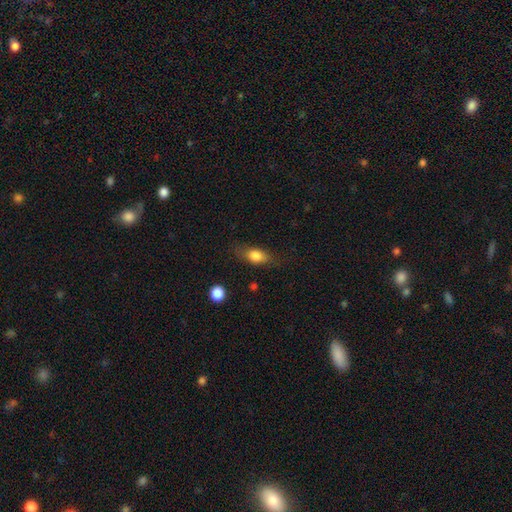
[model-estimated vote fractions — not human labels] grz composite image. It shows a smooth galaxy with no disk features (76%) that is in between round and cigar-shaped (73%). Merging: none (69%).